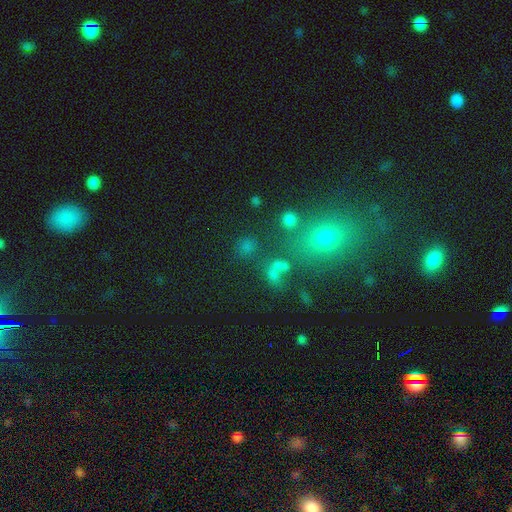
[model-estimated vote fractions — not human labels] Q: Smooth or featured?
A: smooth (45%); runner-up: star or artifact (44%)
Q: Merging?
A: none (70%); runner-up: merger (14%)